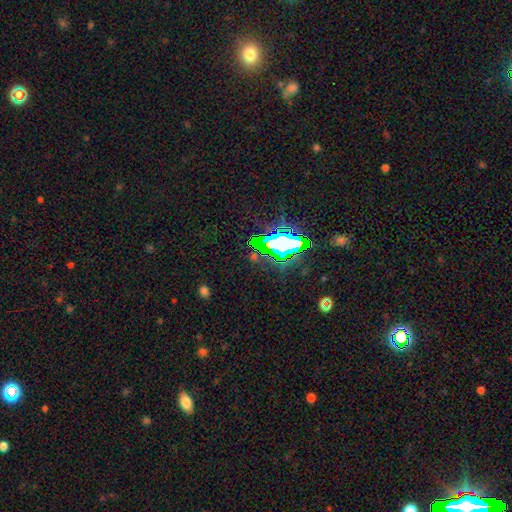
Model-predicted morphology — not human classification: Q: Smooth or featured?
A: star or artifact (67%); runner-up: smooth (20%)